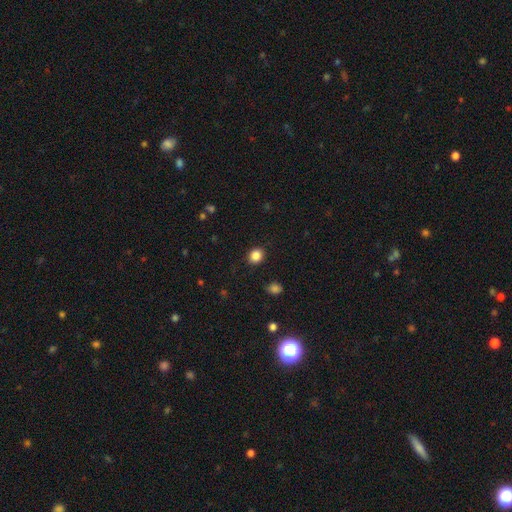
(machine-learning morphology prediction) smooth 86%, star or artifact 11%, featured or disk 4%. Down the decision tree: how rounded — round (74%); merging — none (89%).